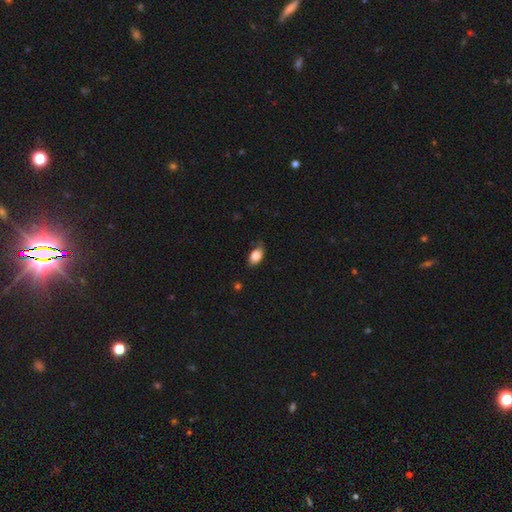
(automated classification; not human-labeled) This appears to be a smooth galaxy with no disk features (84%) that is in between round and cigar-shaped (91%). Merging: none (70%).